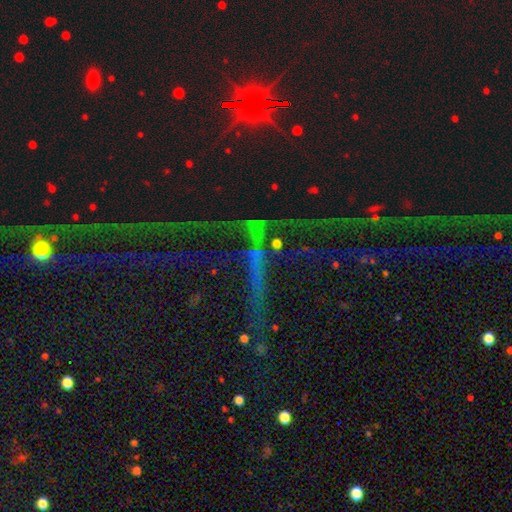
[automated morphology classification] Overall: star or artifact (81%).